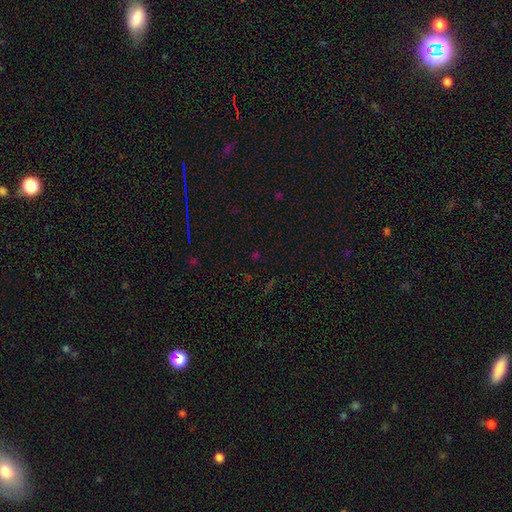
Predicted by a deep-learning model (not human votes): Smooth or featured: star or artifact — 67% (smooth — 25%)